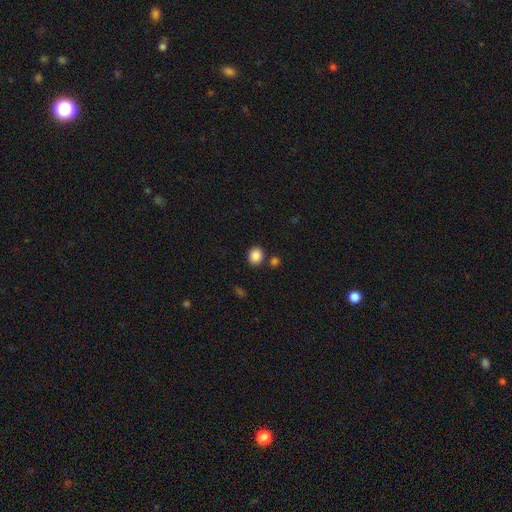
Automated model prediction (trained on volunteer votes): smooth 87%, star or artifact 9%, featured or disk 4%. Down the decision tree: how rounded — round (79%); merging — none (82%).